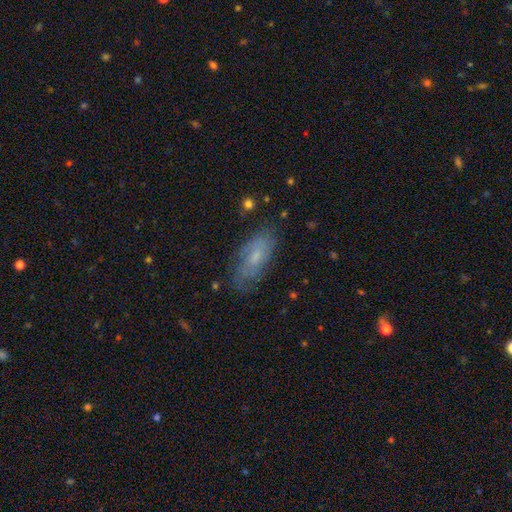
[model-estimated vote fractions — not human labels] Smooth or featured?
  - featured or disk: 51% *
  - smooth: 38%
  - star or artifact: 11%
Edge-on disk?
  - no: 86% *
  - yes: 14%
Merging?
  - none: 72% *
  - minor disturbance: 20%
  - major disturbance: 7%
  - merger: 2%